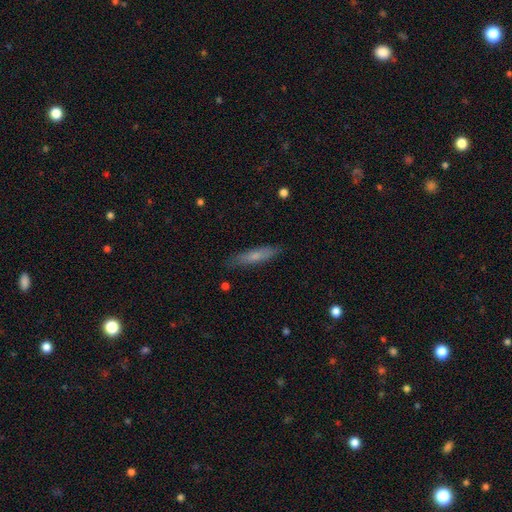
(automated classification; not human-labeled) Smooth or featured: smooth — 62% (featured or disk — 32%)
How rounded: cigar-shaped — 84% (in between — 14%)
Merging: none — 85% (minor disturbance — 12%)